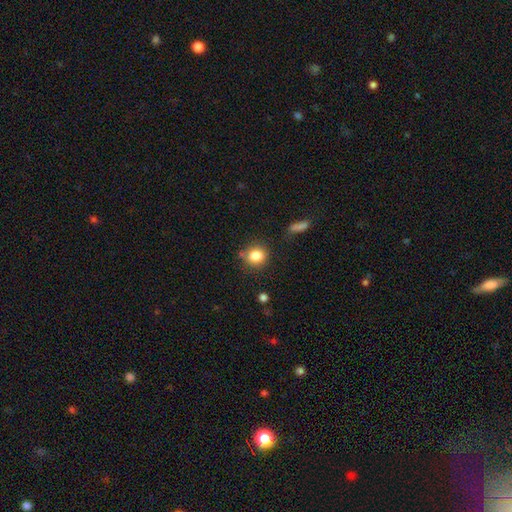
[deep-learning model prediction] The model was most divided on "merging": none: 78%, minor disturbance: 13%, merger: 5%, major disturbance: 4%. More confident: smooth or featured — smooth (83%); how rounded — round (82%).